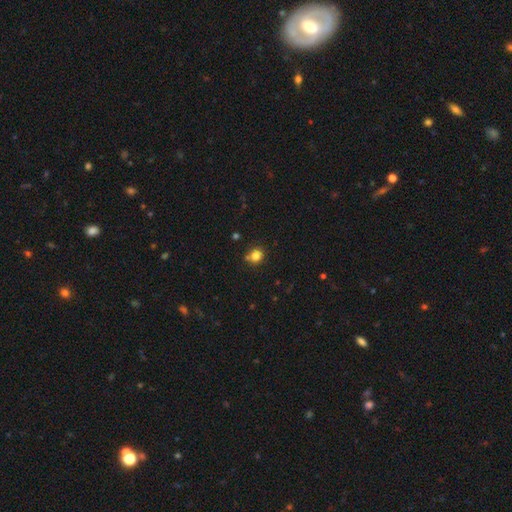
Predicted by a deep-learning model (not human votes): The model was most divided on "how rounded": round: 79%, in between: 20%, cigar-shaped: 1%. More confident: smooth or featured — smooth (82%); merging — none (75%).